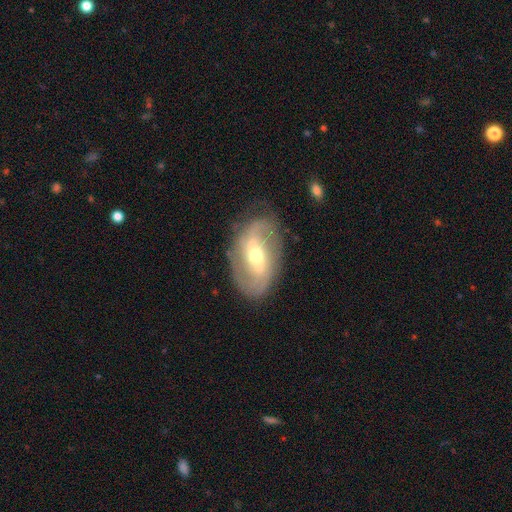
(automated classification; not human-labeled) A featured or disk galaxy (80%) with a weak bar (42%), 2 (79%) medium (40%) spiral arms (88%) and a moderate central bulge (61%). Merging: none (75%).